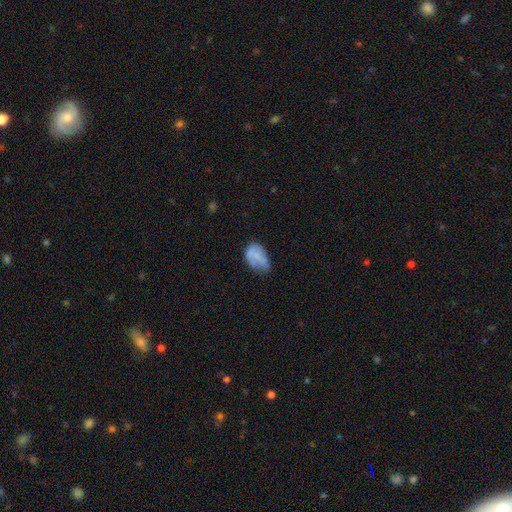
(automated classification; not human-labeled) The model was most divided on "merging": minor disturbance: 40%, none: 28%, major disturbance: 27%, merger: 5%. More confident: how rounded — in between (87%); smooth or featured — smooth (64%).